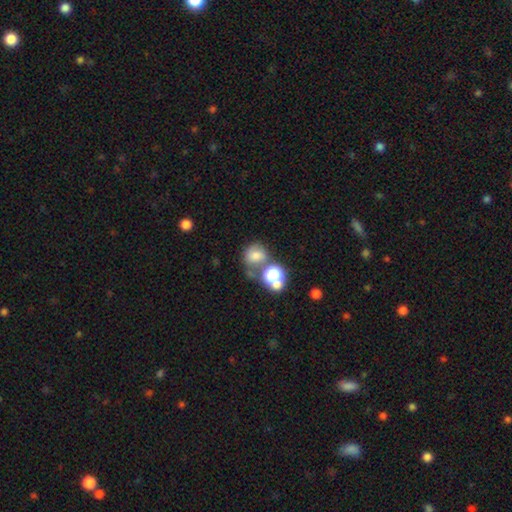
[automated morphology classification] Overall: smooth (65%). How rounded: round (66%; in between 33%). Merging: none (43%; merger 33%).